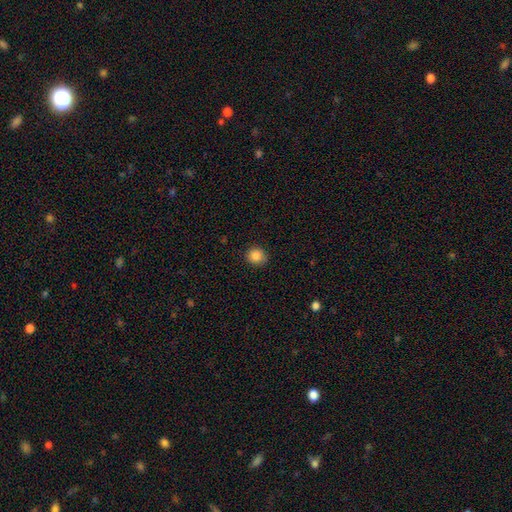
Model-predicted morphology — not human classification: Smooth or featured? Predicted: smooth (p=0.86). How rounded? Predicted: round (p=0.83). Merging? Predicted: none (p=0.87).